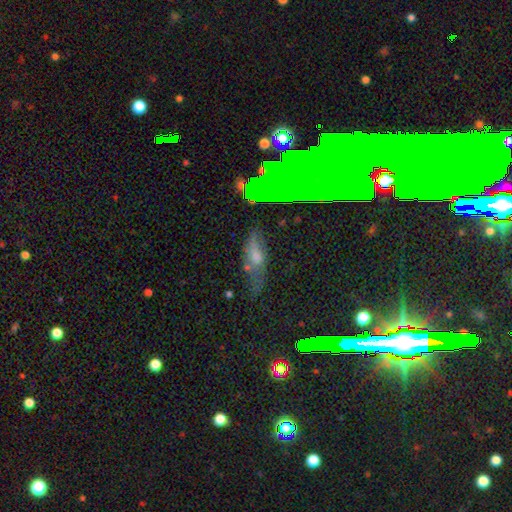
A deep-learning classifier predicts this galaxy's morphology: Q: Smooth or featured?
A: featured or disk (45%); runner-up: smooth (34%)
Q: Merging?
A: none (62%); runner-up: minor disturbance (23%)